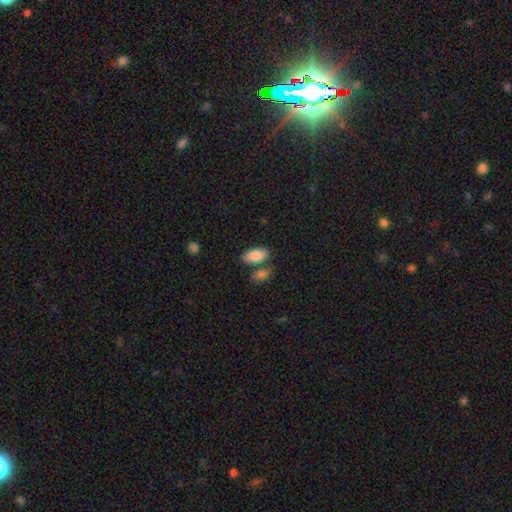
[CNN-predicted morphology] This appears to be a smooth galaxy with no disk features (84%) that is in between round and cigar-shaped (92%). Merging: none (63%).